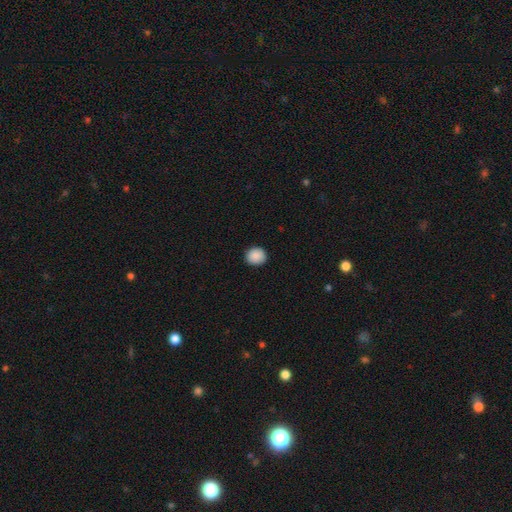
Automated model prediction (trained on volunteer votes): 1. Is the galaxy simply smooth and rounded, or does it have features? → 89% smooth, 8% star or artifact, 3% featured or disk.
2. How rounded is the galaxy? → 82% round, 17% in between, 1% cigar-shaped.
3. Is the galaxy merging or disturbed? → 90% none, 7% minor disturbance, 2% major disturbance, 1% merger.